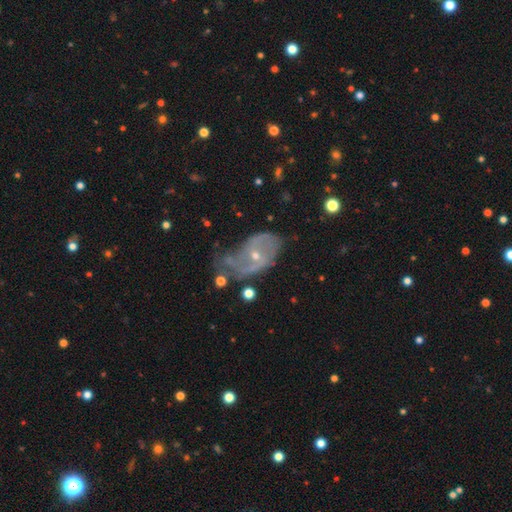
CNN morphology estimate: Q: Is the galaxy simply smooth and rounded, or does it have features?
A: featured or disk — 75%.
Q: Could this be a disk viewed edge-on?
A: no — 95%.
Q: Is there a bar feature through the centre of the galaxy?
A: no — 55%.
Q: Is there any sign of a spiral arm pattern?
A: yes — 79%.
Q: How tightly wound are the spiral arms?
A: loose — 41%.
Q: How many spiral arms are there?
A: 2 — 62%.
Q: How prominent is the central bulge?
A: small — 64%.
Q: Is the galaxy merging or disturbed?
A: none — 35%.